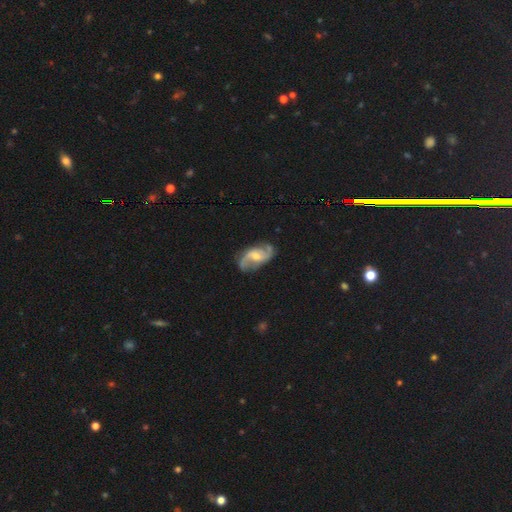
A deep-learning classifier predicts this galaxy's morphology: The model was most divided on "spiral winding": loose: 47%, medium: 41%, tight: 12%. Remaining: edge-on disk — no (96%); spiral arms — yes (96%); spiral arm count — 2 (90%); smooth or featured — featured or disk (85%); merging — none (76%); bulge size — moderate (54%); bar — weak (48%).